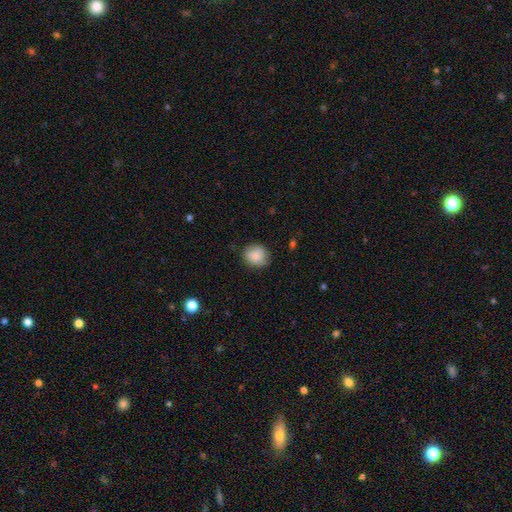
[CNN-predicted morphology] Smooth or featured? smooth (78%)
How rounded? round (78%)
Merging? none (76%)